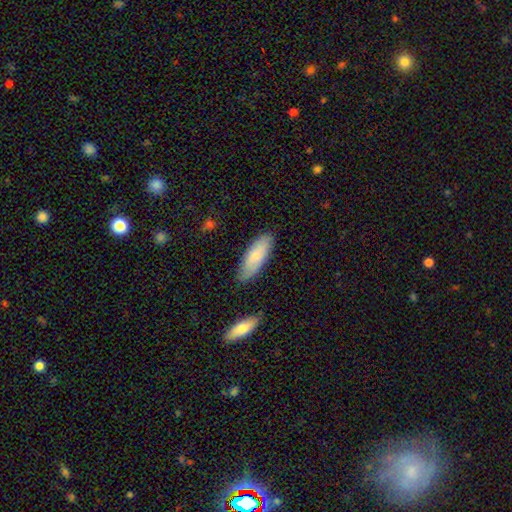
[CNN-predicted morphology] smooth-or-featured: smooth: 77% | featured or disk: 17% | star or artifact: 6%
  how-rounded: in between: 67% | cigar-shaped: 31% | round: 2%
  merging: none: 82% | minor disturbance: 13% | major disturbance: 2% | merger: 2%